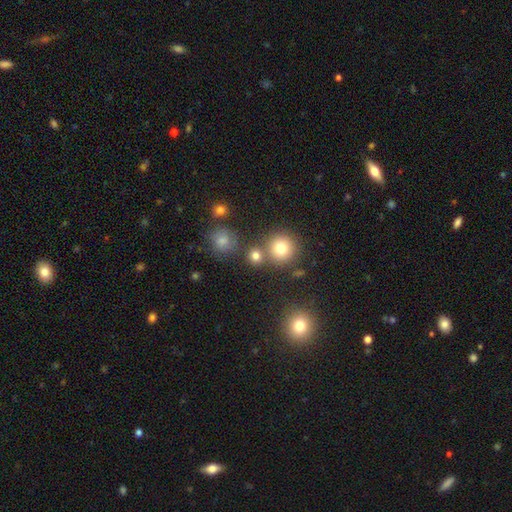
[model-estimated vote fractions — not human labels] The model was most divided on "merging": none: 68%, merger: 19%, minor disturbance: 9%, major disturbance: 4%. More confident: how rounded — round (85%); smooth or featured — smooth (77%).